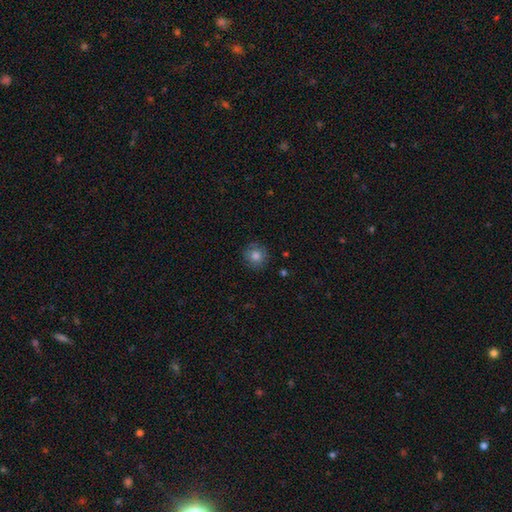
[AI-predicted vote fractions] Smooth or featured: smooth — 81% (star or artifact — 10%)
How rounded: round — 90% (in between — 9%)
Merging: none — 86% (minor disturbance — 11%)